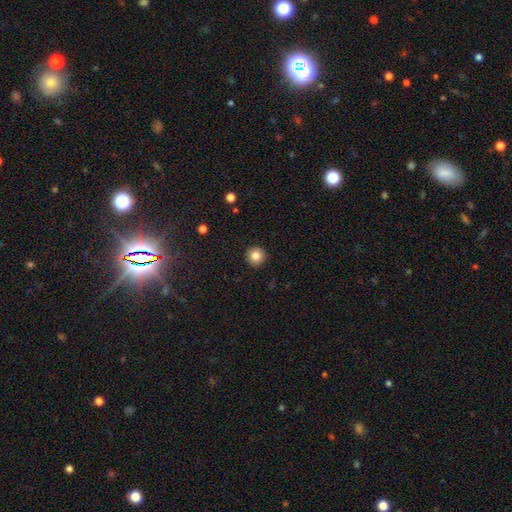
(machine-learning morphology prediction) Smooth or featured? Predicted: smooth (p=0.83). How rounded? Predicted: round (p=0.96). Merging? Predicted: none (p=0.93).